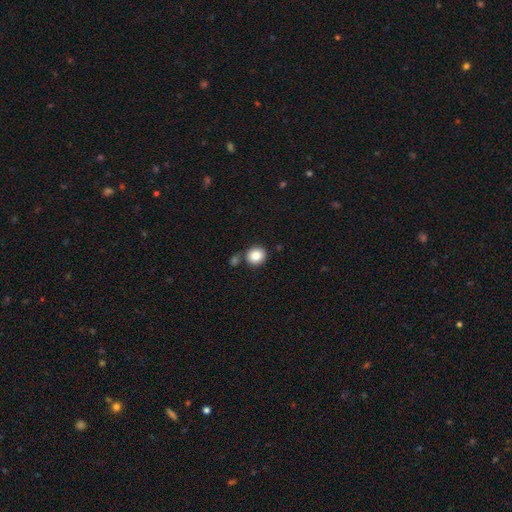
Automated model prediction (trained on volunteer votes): This is clearly a smooth galaxy (84%). How rounded: clearly round (83%). Merging: likely none (75%).